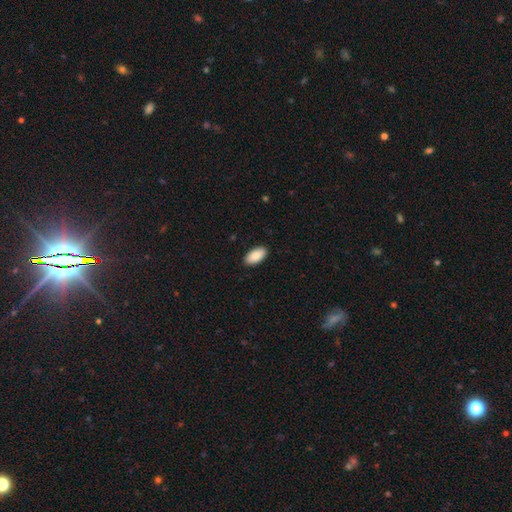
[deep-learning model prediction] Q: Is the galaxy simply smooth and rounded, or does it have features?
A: smooth — 87%.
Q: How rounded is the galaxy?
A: in between — 95%.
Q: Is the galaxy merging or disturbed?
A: none — 90%.